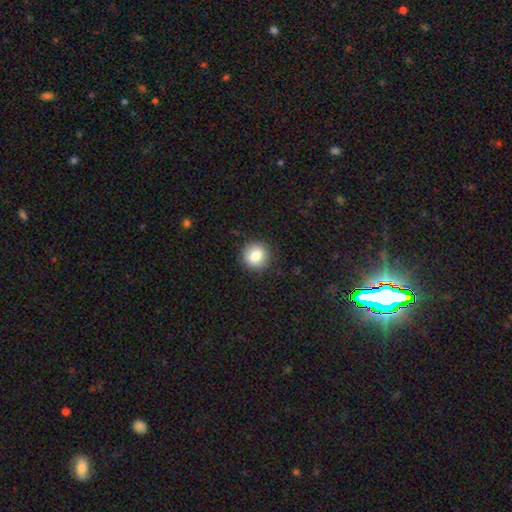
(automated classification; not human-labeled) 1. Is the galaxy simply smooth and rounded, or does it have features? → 81% smooth, 10% featured or disk, 9% star or artifact.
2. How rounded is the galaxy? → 86% round, 13% in between, 1% cigar-shaped.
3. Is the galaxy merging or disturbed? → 88% none, 8% minor disturbance, 3% major disturbance, 1% merger.